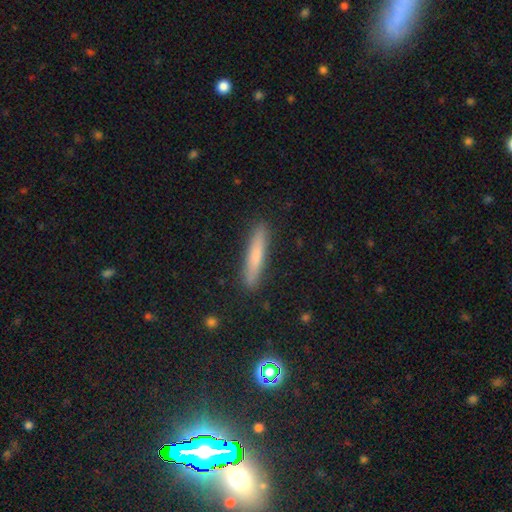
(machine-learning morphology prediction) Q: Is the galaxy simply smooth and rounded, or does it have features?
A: smooth — 72%.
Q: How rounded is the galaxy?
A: cigar-shaped — 91%.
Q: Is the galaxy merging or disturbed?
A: none — 90%.